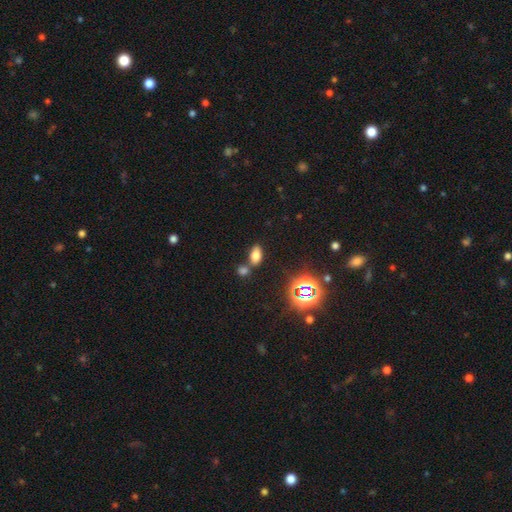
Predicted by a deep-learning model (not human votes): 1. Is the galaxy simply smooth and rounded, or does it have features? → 69% smooth, 21% star or artifact, 10% featured or disk.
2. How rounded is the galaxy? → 88% in between, 8% round, 4% cigar-shaped.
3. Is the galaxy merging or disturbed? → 62% none, 24% merger, 11% minor disturbance, 4% major disturbance.